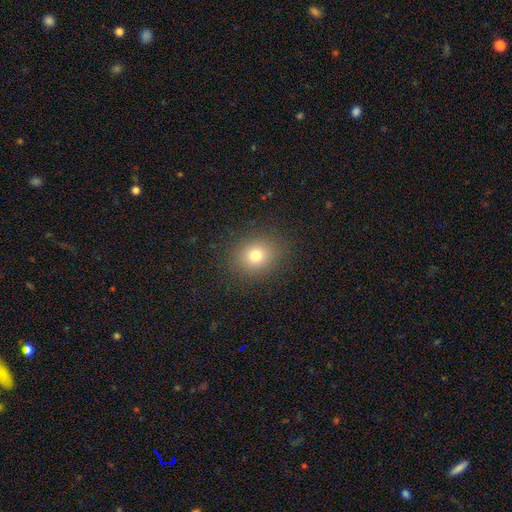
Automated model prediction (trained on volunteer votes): The model was most divided on "how rounded": round: 72%, in between: 27%, cigar-shaped: 1%. More confident: merging — none (88%); smooth or featured — smooth (76%).